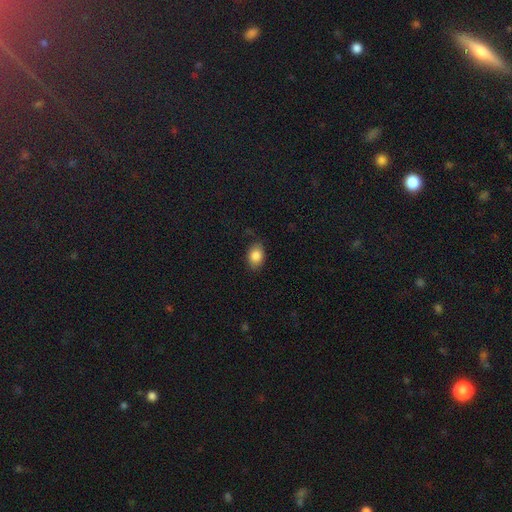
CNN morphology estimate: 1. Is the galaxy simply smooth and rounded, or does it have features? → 85% smooth, 8% star or artifact, 7% featured or disk.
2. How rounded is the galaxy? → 78% in between, 21% round, 1% cigar-shaped.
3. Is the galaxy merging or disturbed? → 78% none, 17% minor disturbance, 4% major disturbance, 1% merger.